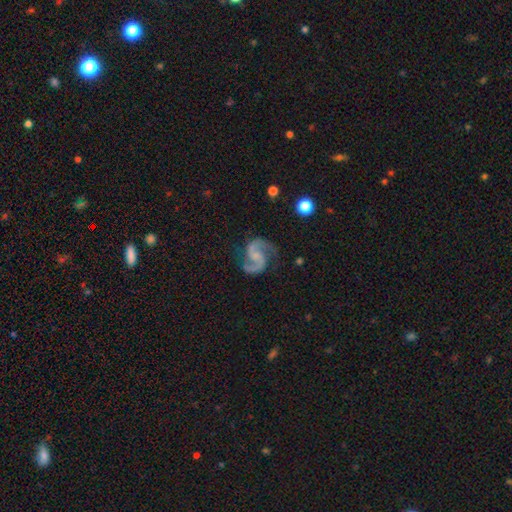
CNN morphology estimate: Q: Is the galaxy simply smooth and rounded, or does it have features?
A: featured or disk — 92%.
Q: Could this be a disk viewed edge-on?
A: no — 99%.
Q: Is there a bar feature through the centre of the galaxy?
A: no — 50%.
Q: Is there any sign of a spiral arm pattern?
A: yes — 98%.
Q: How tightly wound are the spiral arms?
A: medium — 56%.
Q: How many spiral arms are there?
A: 2 — 94%.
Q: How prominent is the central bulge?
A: none — 48%.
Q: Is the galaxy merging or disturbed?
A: none — 77%.